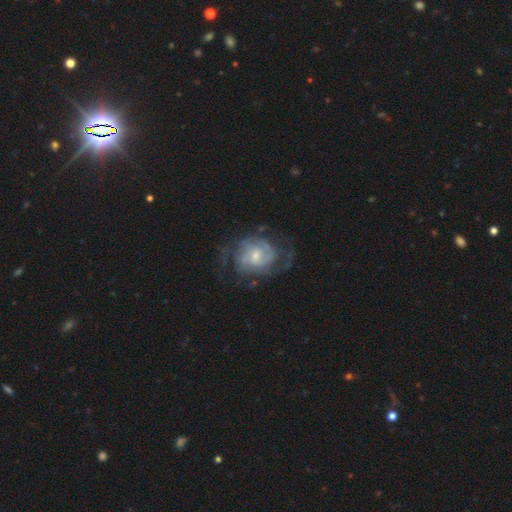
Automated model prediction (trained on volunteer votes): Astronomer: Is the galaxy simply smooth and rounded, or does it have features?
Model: featured or disk — 77%.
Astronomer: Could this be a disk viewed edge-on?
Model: no — 97%.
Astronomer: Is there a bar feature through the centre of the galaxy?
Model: no — 55% (runner-up: weak, 40%).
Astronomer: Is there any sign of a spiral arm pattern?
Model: yes — 84%.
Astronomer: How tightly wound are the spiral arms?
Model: tight — 48% (runner-up: medium, 37%).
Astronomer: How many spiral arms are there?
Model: can't tell — 43% (runner-up: 2, 33%).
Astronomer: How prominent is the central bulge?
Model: small — 46% (runner-up: moderate, 44%).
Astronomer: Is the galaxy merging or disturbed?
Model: none — 56%.